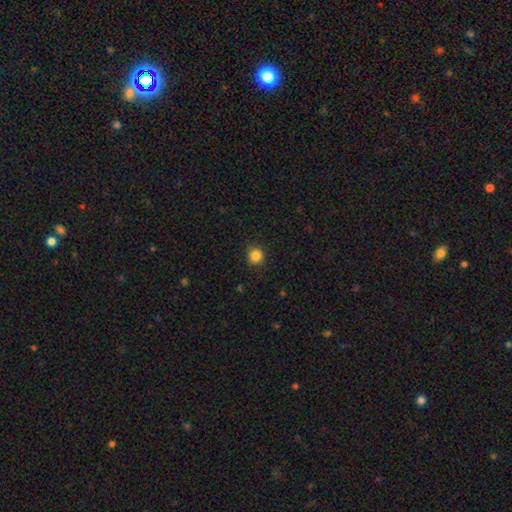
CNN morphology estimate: Smooth or featured? Predicted: smooth (p=0.85). How rounded? Predicted: round (p=0.93). Merging? Predicted: none (p=0.91).